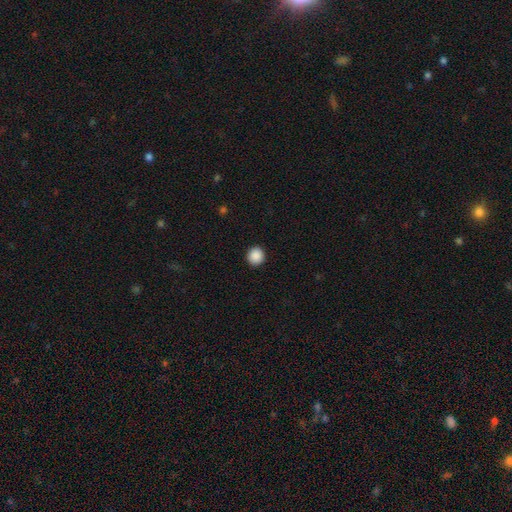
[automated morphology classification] smooth-or-featured: smooth: 89% | star or artifact: 8% | featured or disk: 2%
  how-rounded: round: 93% | in between: 6% | cigar-shaped: 1%
  merging: none: 93% | minor disturbance: 5% | major disturbance: 2% | merger: 1%